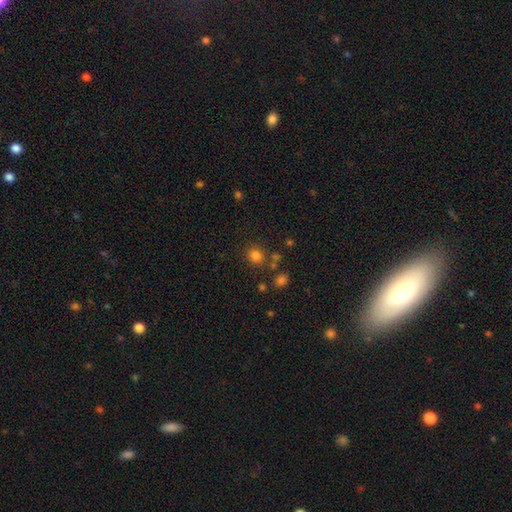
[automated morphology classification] Smooth or featured? Predicted: smooth (p=0.80). How rounded? Predicted: round (p=0.83). Merging? Predicted: none (p=0.79).